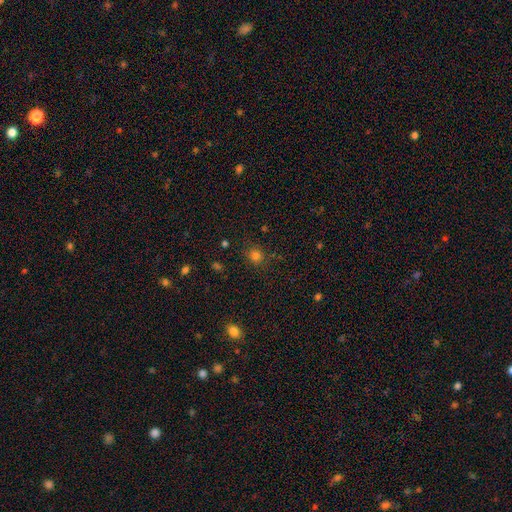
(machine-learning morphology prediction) The model was most divided on "smooth or featured": smooth: 78%, star or artifact: 17%, featured or disk: 5%. More confident: how rounded — round (85%); merging — none (84%).